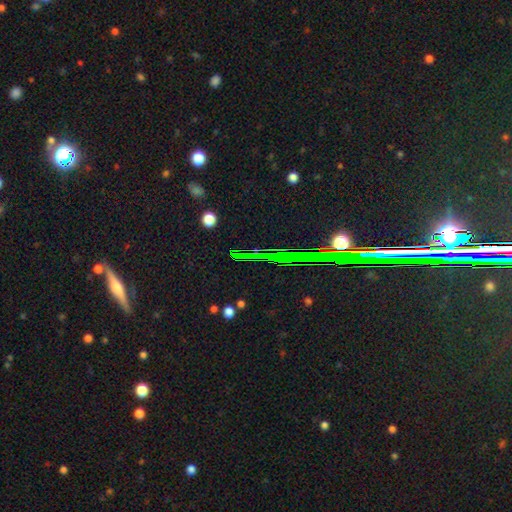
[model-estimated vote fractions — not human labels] Q: Smooth or featured?
A: star or artifact (71%); runner-up: smooth (15%)